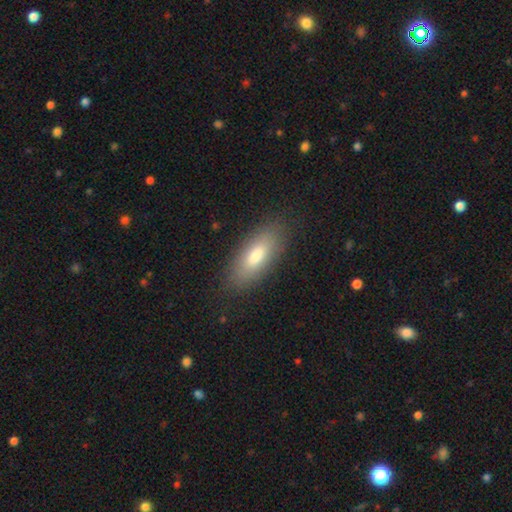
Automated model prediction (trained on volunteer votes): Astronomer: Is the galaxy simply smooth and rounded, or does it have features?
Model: smooth — 77%.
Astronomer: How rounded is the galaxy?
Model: in between — 73%.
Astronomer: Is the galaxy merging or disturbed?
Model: none — 86%.